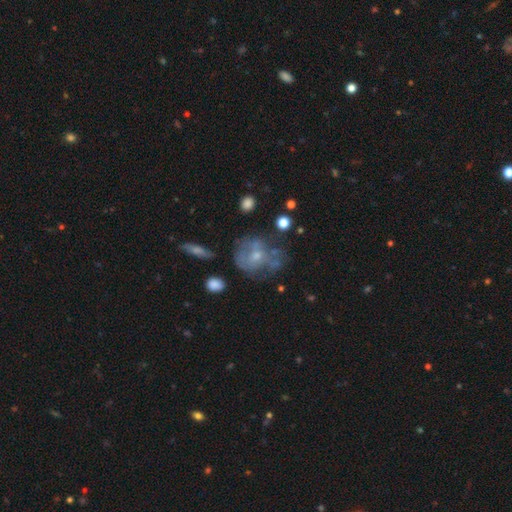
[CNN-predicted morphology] A featured or disk galaxy (53%) with no bar (77%), no spiral arms (64%) and a small central bulge (52%).

Vote fractions:
- Smooth or featured? featured or disk: 53% / smooth: 36% / star or artifact: 12%
- Edge-on disk? no: 96% / yes: 4%
- Bar? no: 77% / weak: 19% / strong: 3%
- Spiral arms? no: 64% / yes: 36%
- Bulge size? small: 52% / moderate: 35% / none: 10% / large: 2% / dominant: 1%
- Merging? none: 43% / major disturbance: 26% / minor disturbance: 23% / merger: 8%